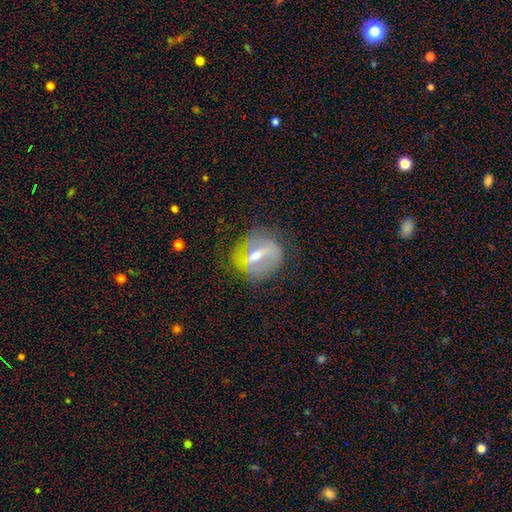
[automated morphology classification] smooth-or-featured: featured or disk: 64% | smooth: 25% | star or artifact: 11%
  disk-edge-on: no: 83% | yes: 17%
    bar: strong: 57% | weak: 29% | no: 14%
    has-spiral-arms: no: 67% | yes: 33%
    bulge-size: moderate: 58% | small: 33% | large: 5% | none: 3% | dominant: 1%
  merging: none: 66% | minor disturbance: 20% | major disturbance: 12% | merger: 3%